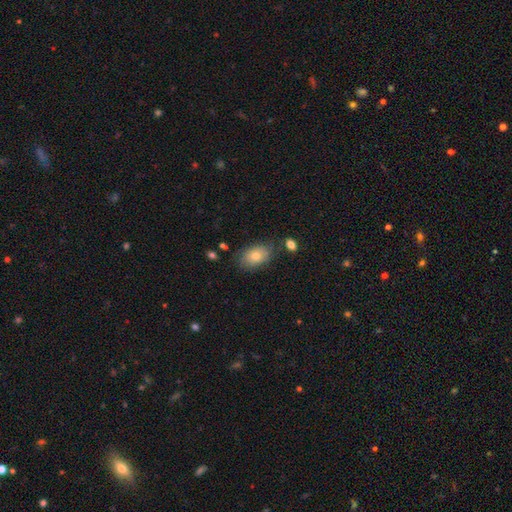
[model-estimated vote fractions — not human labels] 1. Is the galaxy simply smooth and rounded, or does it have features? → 72% smooth, 19% featured or disk, 9% star or artifact.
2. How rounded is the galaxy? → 85% in between, 13% round, 1% cigar-shaped.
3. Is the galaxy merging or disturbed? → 73% none, 19% minor disturbance, 5% major disturbance, 3% merger.